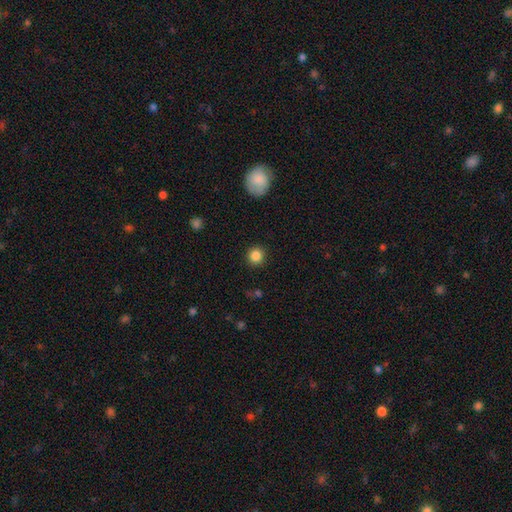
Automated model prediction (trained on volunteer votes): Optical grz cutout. It shows a smooth galaxy with no disk features (86%) that is round (94%). Merging: none (91%).